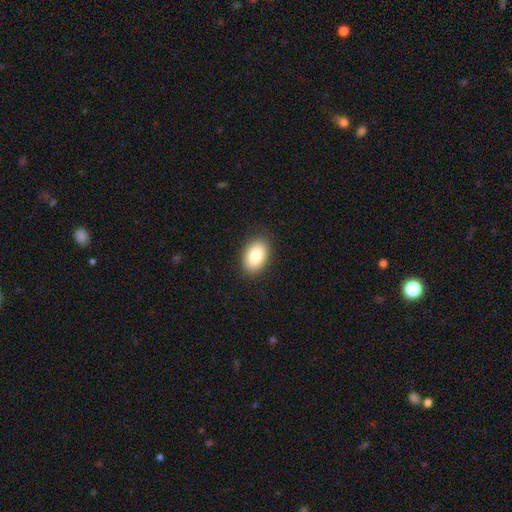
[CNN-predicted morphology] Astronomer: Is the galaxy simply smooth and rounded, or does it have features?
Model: smooth — 85%.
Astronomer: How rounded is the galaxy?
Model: in between — 91%.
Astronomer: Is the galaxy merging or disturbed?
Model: none — 88%.